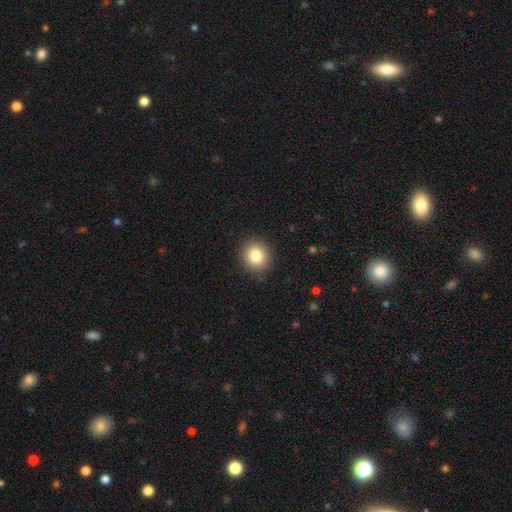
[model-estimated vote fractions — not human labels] A smooth galaxy with no disk features (83%) that is round (84%).

Vote fractions:
- Smooth or featured? smooth: 83% / star or artifact: 10% / featured or disk: 7%
- How rounded? round: 84% / in between: 15% / cigar-shaped: 1%
- Merging? none: 90% / minor disturbance: 7% / major disturbance: 2% / merger: 1%